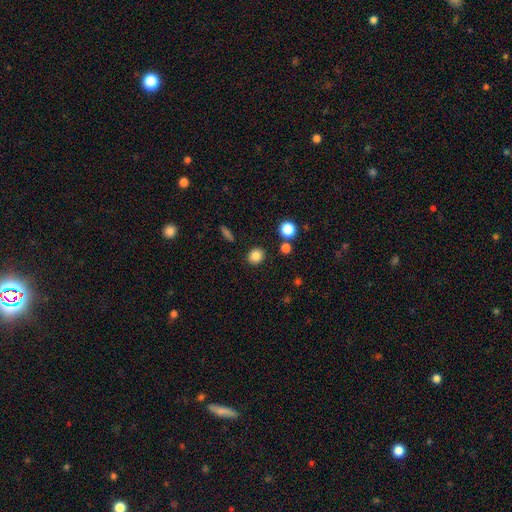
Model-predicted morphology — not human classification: Smooth or featured: smooth — 84% (star or artifact — 11%)
How rounded: round — 81% (in between — 18%)
Merging: none — 88% (minor disturbance — 7%)